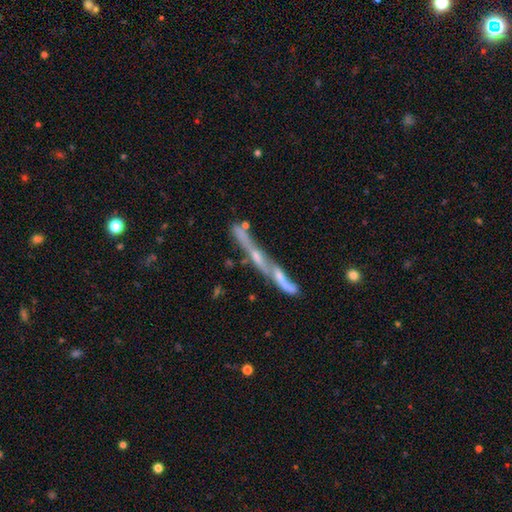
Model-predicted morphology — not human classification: A featured or disk galaxy (71%) viewed edge-on (87%) with no central bulge (50%). Merging: none (57%).